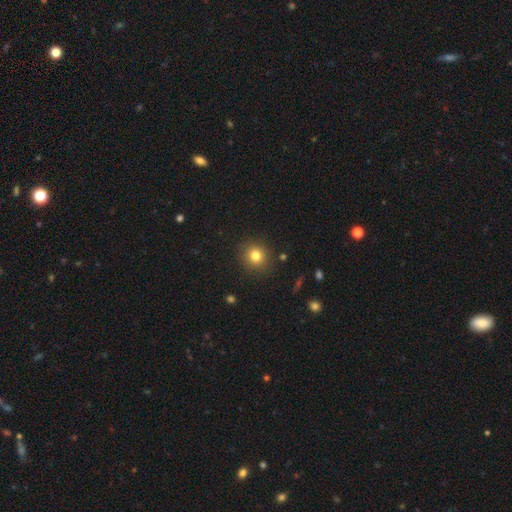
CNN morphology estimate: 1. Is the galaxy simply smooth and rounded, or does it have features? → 80% smooth, 13% star or artifact, 7% featured or disk.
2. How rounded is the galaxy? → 91% round, 8% in between, 1% cigar-shaped.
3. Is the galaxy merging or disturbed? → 90% none, 7% minor disturbance, 2% major disturbance, 1% merger.